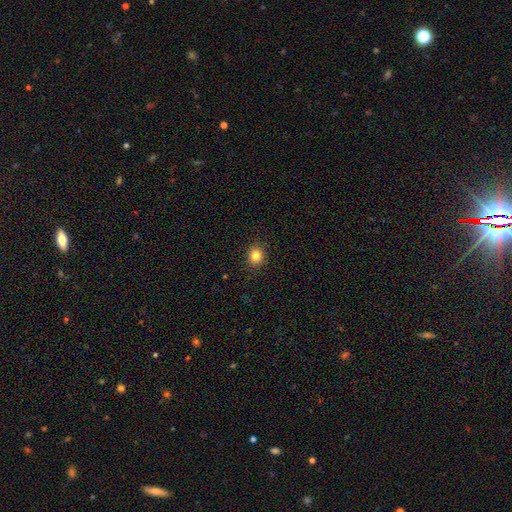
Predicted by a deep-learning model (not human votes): A smooth galaxy with no disk features (82%) that is round (76%). Merging: none (91%).